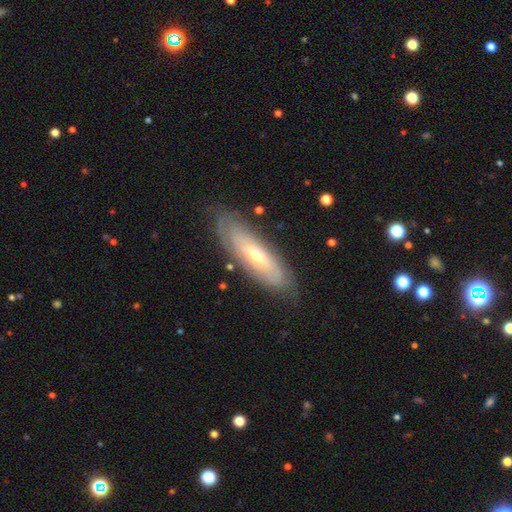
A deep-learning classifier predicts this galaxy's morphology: The model was most divided on "smooth or featured": featured or disk: 64%, smooth: 29%, star or artifact: 7%. More confident: merging — none (79%); edge-on disk — no (71%).